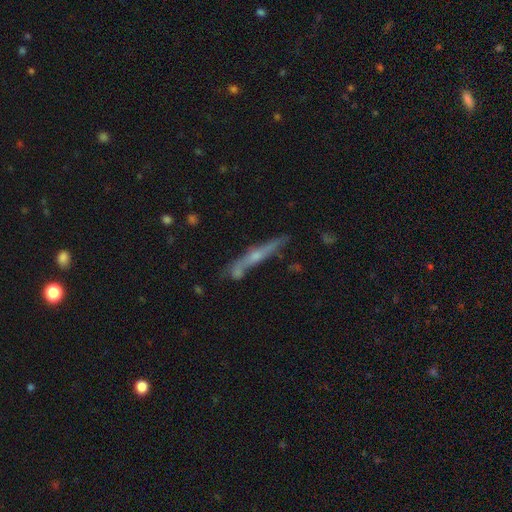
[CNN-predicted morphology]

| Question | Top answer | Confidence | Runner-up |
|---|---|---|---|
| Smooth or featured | featured or disk | 65% | smooth (27%) |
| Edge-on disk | yes | 90% | no (10%) |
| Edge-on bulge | rounded | 66% | none (28%) |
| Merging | none | 68% | minor disturbance (17%) |